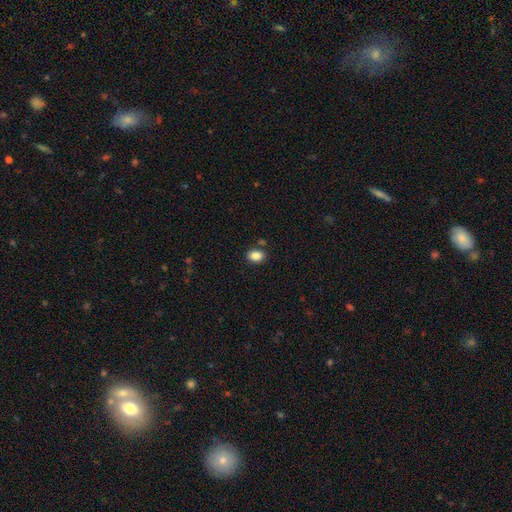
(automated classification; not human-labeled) smooth_or_featured: smooth (p=0.87) [alt: star or artifact p=0.09]
how_rounded: in between (p=0.75) [alt: round p=0.24]
merging: none (p=0.82) [alt: minor disturbance p=0.10]